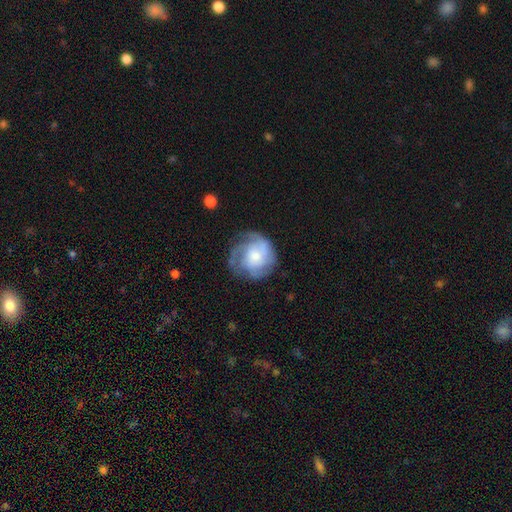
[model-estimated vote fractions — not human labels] This is likely a featured or disk galaxy (63%). It is clearly not viewed edge-on (98%). Bar: likely no (75%). Spiral arm pattern: clearly yes (87%). Spiral arm count: marginally can't tell (35%). Spiral winding: possibly tight (46%). Central bulge: marginally moderate (43%). Merging: likely none (65%).